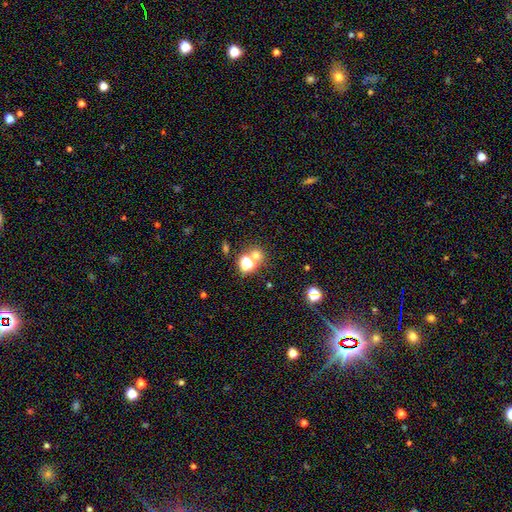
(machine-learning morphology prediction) The model was most divided on "smooth or featured": smooth: 58%, star or artifact: 33%, featured or disk: 9%. More confident: how rounded — round (82%); merging — none (59%).